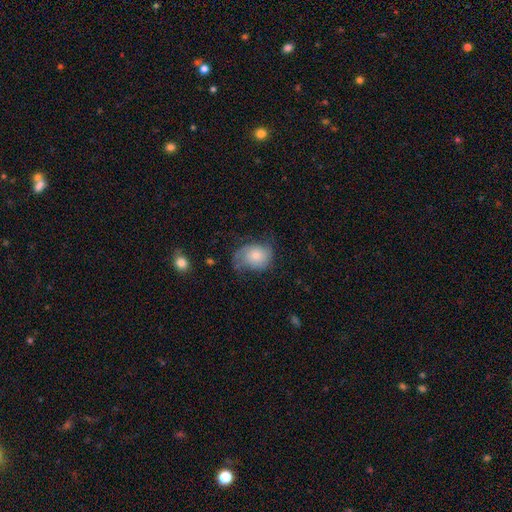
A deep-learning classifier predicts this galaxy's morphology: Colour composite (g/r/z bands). It shows a smooth galaxy with no disk features (53%) that is in between round and cigar-shaped (54%). Merging: none (43%).